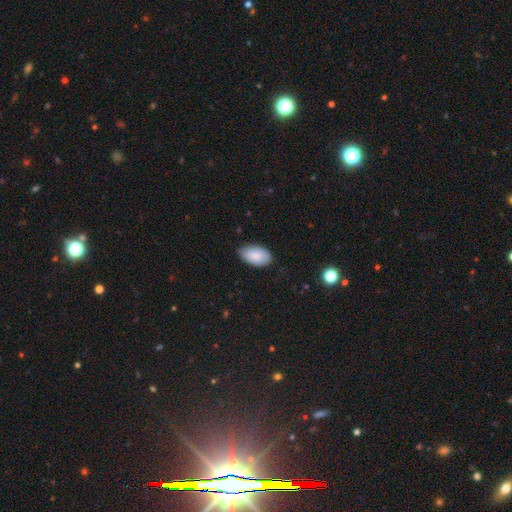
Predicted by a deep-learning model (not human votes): The model was most divided on "merging": none: 78%, minor disturbance: 18%, major disturbance: 3%, merger: 1%. More confident: how rounded — in between (95%); smooth or featured — smooth (87%).